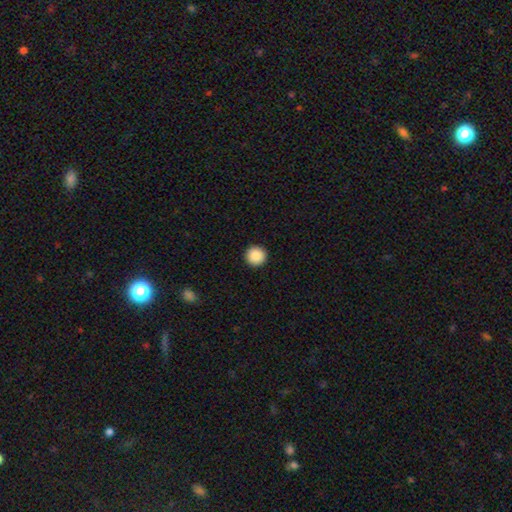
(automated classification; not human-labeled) smooth_or_featured: smooth (p=0.89) [alt: star or artifact p=0.08]
how_rounded: round (p=0.96) [alt: in between p=0.03]
merging: none (p=0.94) [alt: minor disturbance p=0.04]